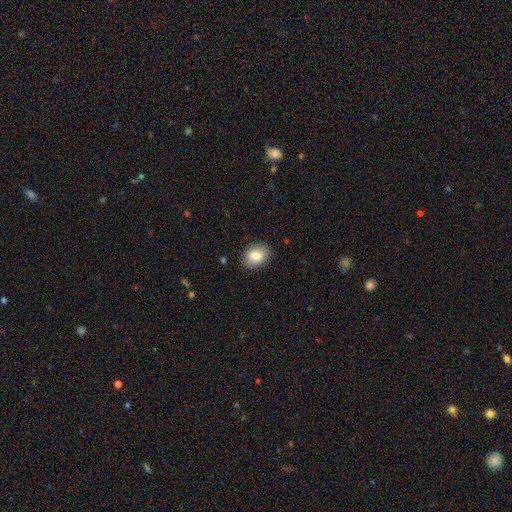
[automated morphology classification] smooth-or-featured: smooth: 84% | featured or disk: 9% | star or artifact: 7%
  how-rounded: in between: 74% | round: 25% | cigar-shaped: 1%
  merging: none: 87% | minor disturbance: 10% | major disturbance: 2% | merger: 1%